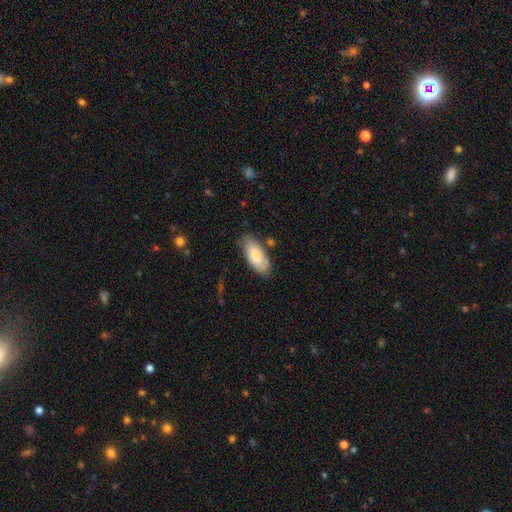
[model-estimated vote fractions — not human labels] smooth-or-featured: smooth: 77% | featured or disk: 17% | star or artifact: 6%
  how-rounded: in between: 88% | cigar-shaped: 10% | round: 2%
  merging: none: 75% | minor disturbance: 18% | major disturbance: 4% | merger: 3%